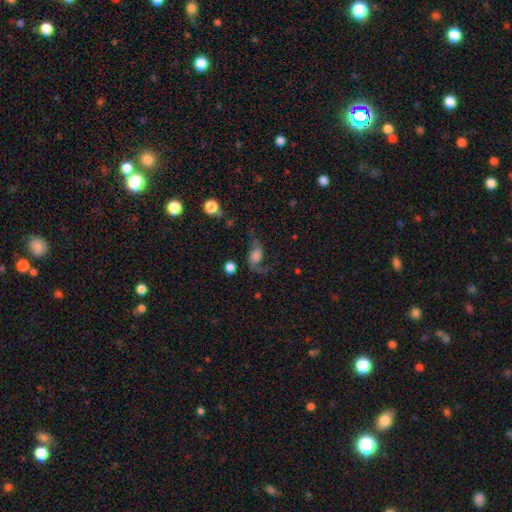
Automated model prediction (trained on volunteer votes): Smooth or featured? Predicted: featured or disk (p=0.63). Edge-on disk? Predicted: no (p=0.95). Bar? Predicted: no (p=0.63). Spiral arms? Predicted: yes (p=0.91). Spiral winding? Predicted: loose (p=0.81). Spiral arm count? Predicted: 2 (p=0.85). Bulge size? Predicted: moderate (p=0.27). Merging? Predicted: none (p=0.51).